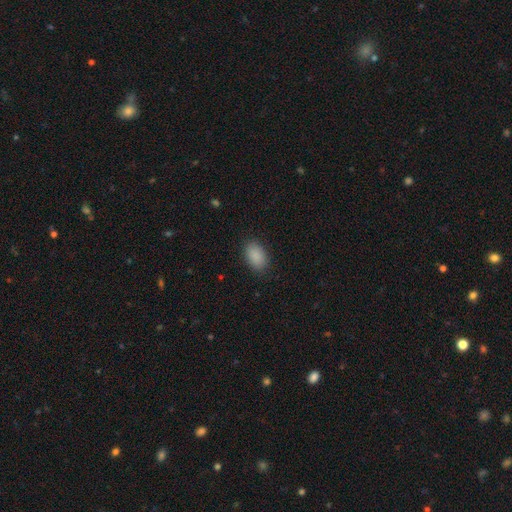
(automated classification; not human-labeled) Q: Smooth or featured?
A: smooth (89%); runner-up: star or artifact (8%)
Q: How rounded?
A: in between (90%); runner-up: round (9%)
Q: Merging?
A: none (87%); runner-up: minor disturbance (10%)